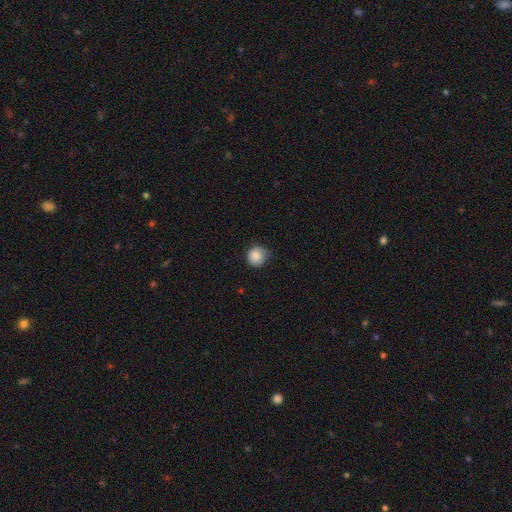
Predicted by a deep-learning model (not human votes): smooth-or-featured: smooth: 86% | star or artifact: 9% | featured or disk: 5%
  how-rounded: round: 92% | in between: 7% | cigar-shaped: 1%
  merging: none: 72% | minor disturbance: 22% | major disturbance: 4% | merger: 1%